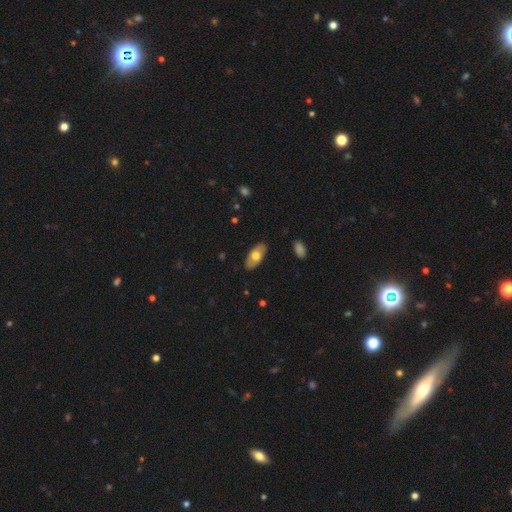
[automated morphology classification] This appears to be a smooth galaxy with no disk features (63%) that is in between round and cigar-shaped (92%). Merging: none (86%).